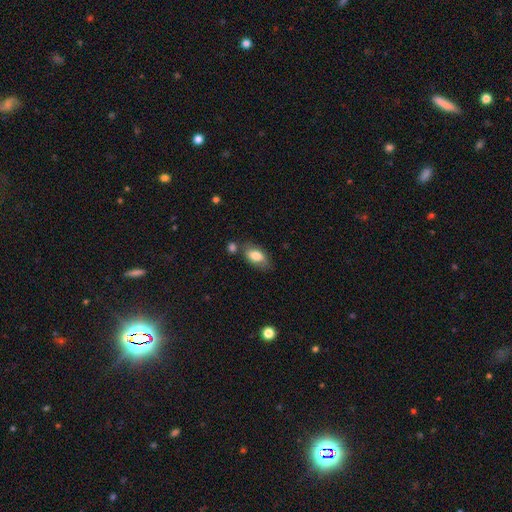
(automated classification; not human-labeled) The model was most divided on "merging": none: 66%, minor disturbance: 19%, merger: 11%, major disturbance: 5%. More confident: how rounded — in between (90%); smooth or featured — smooth (79%).